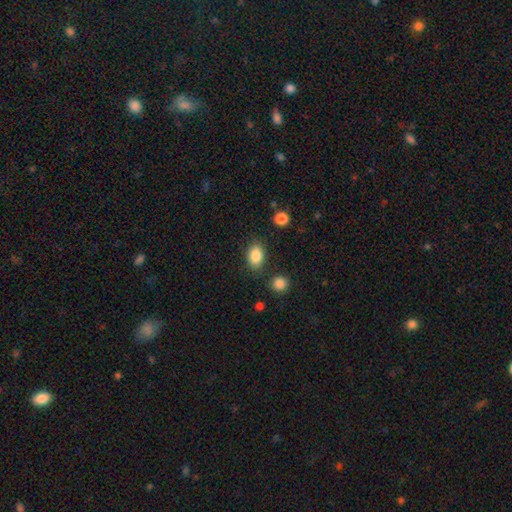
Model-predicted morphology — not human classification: The model was most divided on "how rounded": in between: 82%, round: 16%, cigar-shaped: 1%. More confident: smooth or featured — smooth (86%); merging — none (83%).